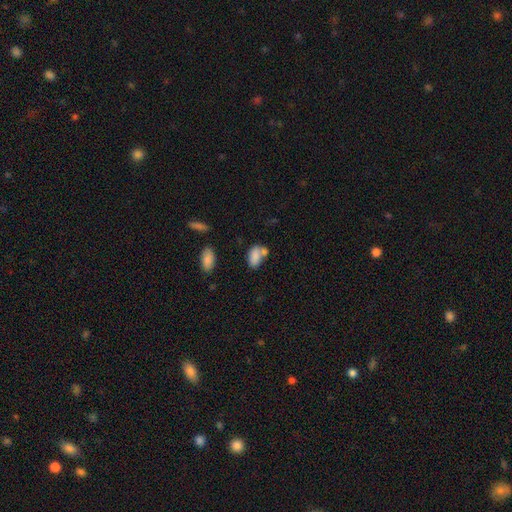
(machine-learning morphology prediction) This appears to be a smooth galaxy with no disk features (81%) that is in between round and cigar-shaped (90%). Merging: none (41%).